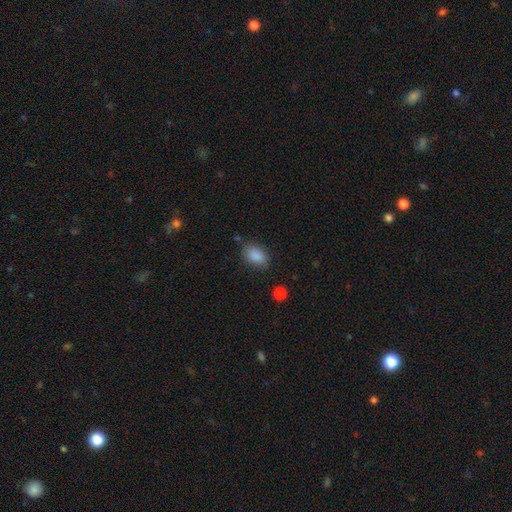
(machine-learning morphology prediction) type=smooth (88%); roundness=in between (85%); merging=none (78%).